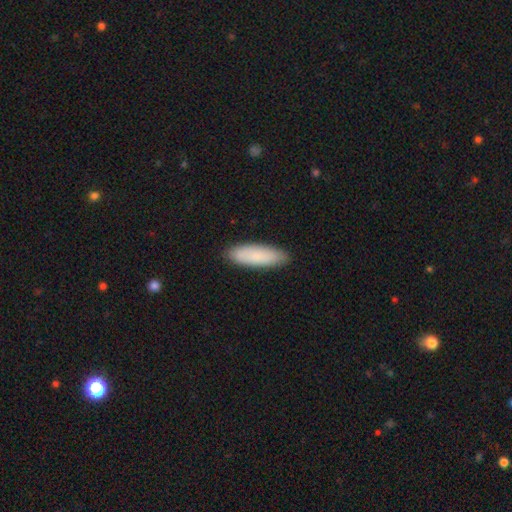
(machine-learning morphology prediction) type=smooth (87%); roundness=cigar-shaped (51%); merging=none (88%).